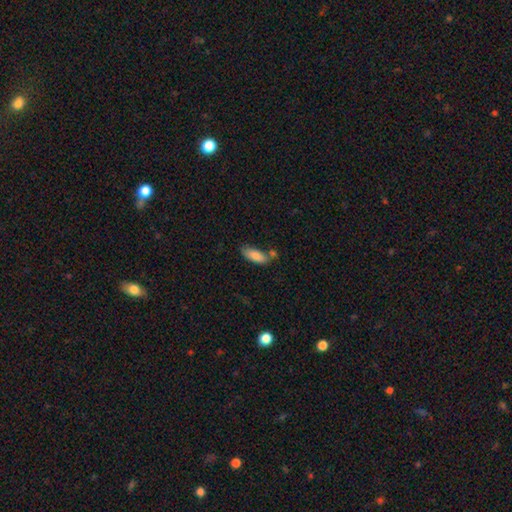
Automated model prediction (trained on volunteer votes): A smooth galaxy with no disk features (84%) that is in between round and cigar-shaped (71%).

Vote fractions:
- Smooth or featured? smooth: 84% / featured or disk: 9% / star or artifact: 7%
- How rounded? in between: 71% / cigar-shaped: 27% / round: 2%
- Merging? none: 54% / minor disturbance: 21% / merger: 19% / major disturbance: 6%